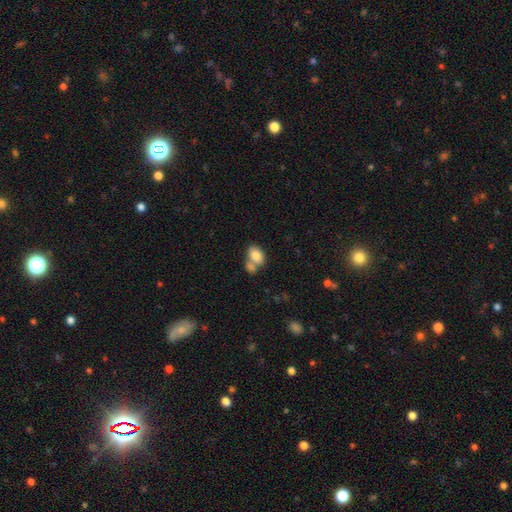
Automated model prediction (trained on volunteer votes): Overall: smooth (83%). How rounded: in between (84%). Merging: merger (48%; none 37%).